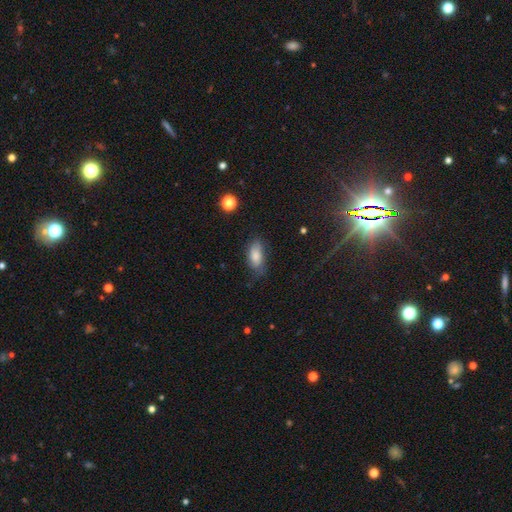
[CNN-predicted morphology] Overall: smooth (75%). How rounded: in between (88%). Merging: none (57%; minor disturbance 30%).